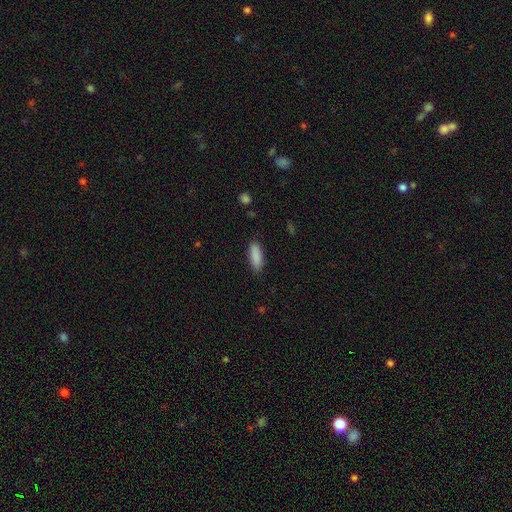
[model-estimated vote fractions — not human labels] This is clearly a smooth galaxy (89%). How rounded: likely in between (65%). Merging: clearly none (86%).